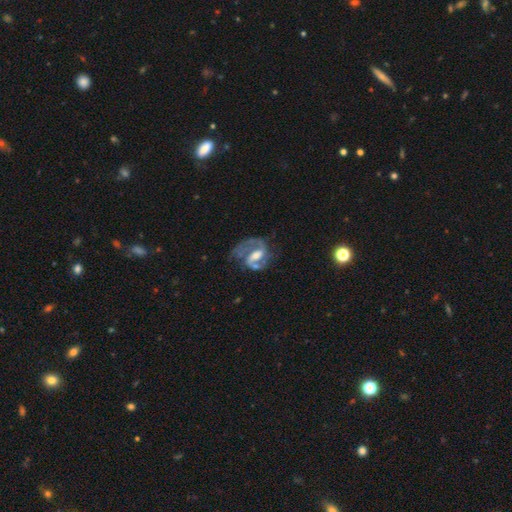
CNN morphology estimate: Smooth or featured: featured or disk — 87% (smooth — 7%)
Edge-on disk: no — 98% (yes — 2%)
Bar: weak — 48% (strong — 33%)
Spiral arms: yes — 95% (no — 5%)
Spiral winding: medium — 54% (loose — 30%)
Spiral arm count: 2 — 83% (1 — 8%)
Bulge size: moderate — 53% (small — 36%)
Merging: none — 49% (major disturbance — 25%)